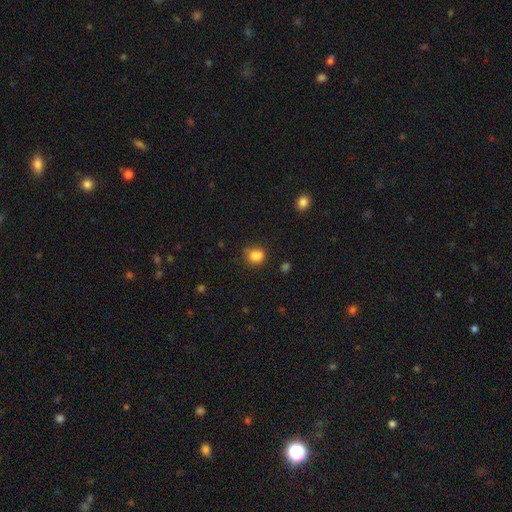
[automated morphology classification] type=smooth (85%); roundness=round (63%); merging=none (69%).